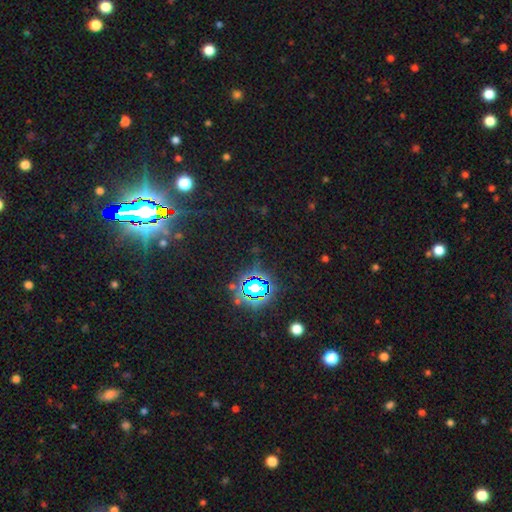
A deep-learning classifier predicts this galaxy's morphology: Q: Smooth or featured?
A: star or artifact (83%); runner-up: smooth (10%)